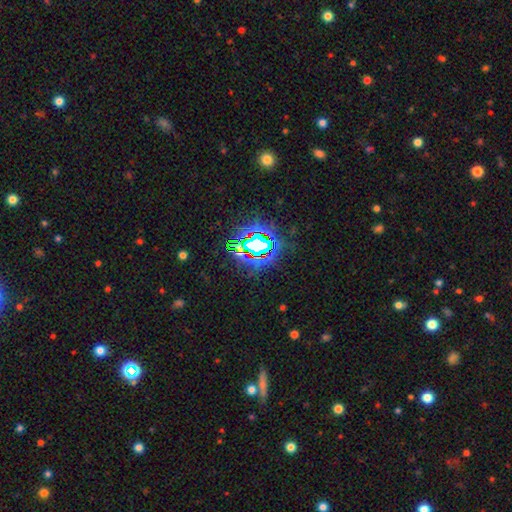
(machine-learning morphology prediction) star or artifact 82%, smooth 11%, featured or disk 8%.